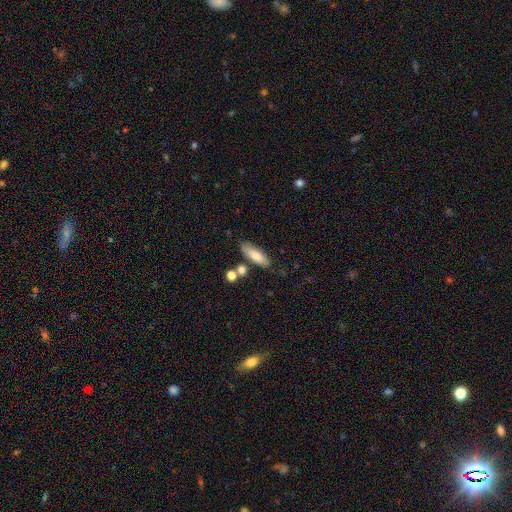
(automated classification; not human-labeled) A smooth galaxy with no disk features (74%) that is in between round and cigar-shaped (62%).

Vote fractions:
- Smooth or featured? smooth: 74% / featured or disk: 19% / star or artifact: 7%
- How rounded? in between: 62% / cigar-shaped: 35% / round: 3%
- Merging? none: 74% / minor disturbance: 14% / merger: 9% / major disturbance: 3%